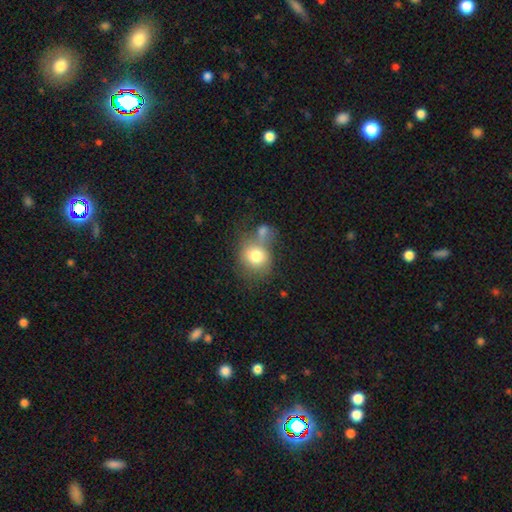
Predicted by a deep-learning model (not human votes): This is likely a smooth galaxy (76%). How rounded: likely round (69%). Merging: marginally merger (38%).